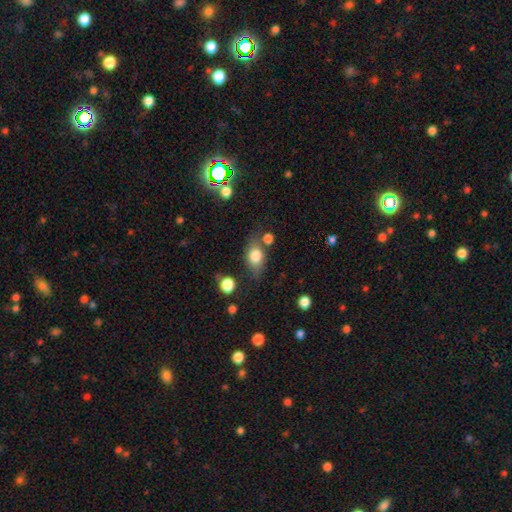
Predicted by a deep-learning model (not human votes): A smooth galaxy with no disk features (73%) that is in between round and cigar-shaped (73%).

Vote fractions:
- Smooth or featured? smooth: 73% / featured or disk: 18% / star or artifact: 9%
- How rounded? in between: 73% / round: 21% / cigar-shaped: 6%
- Merging? none: 62% / minor disturbance: 21% / merger: 9% / major disturbance: 8%